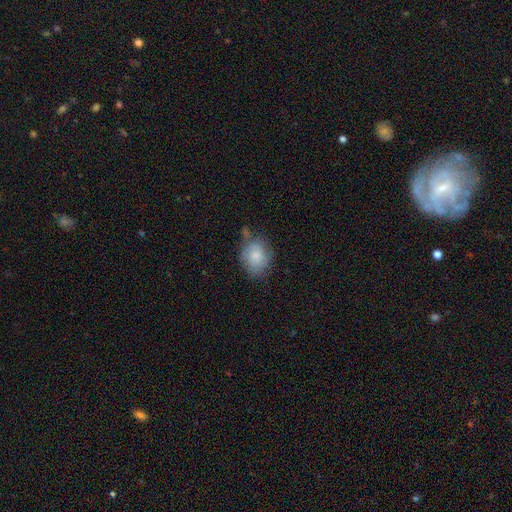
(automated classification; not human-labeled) This is likely a smooth galaxy (68%). How rounded: possibly in between (54%). Merging: possibly none (53%).